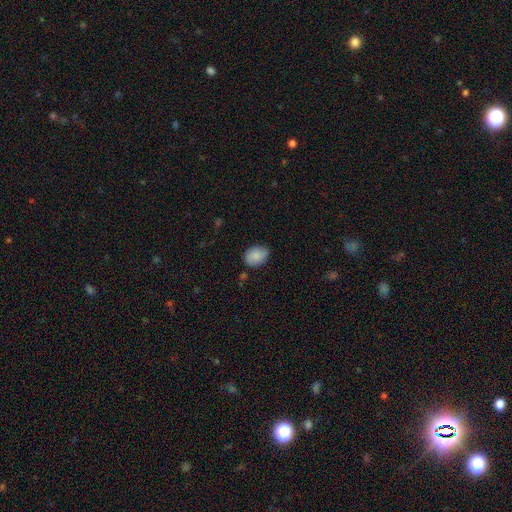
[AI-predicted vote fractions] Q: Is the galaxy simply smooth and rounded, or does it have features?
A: smooth — 85%.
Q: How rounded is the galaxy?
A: in between — 72%.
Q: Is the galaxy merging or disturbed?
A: none — 73%.